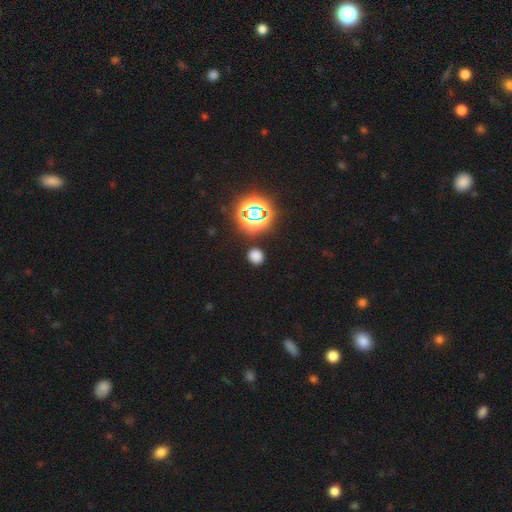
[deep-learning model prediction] A smooth galaxy with no disk features (69%) that is round (81%).

Vote fractions:
- Smooth or featured? smooth: 69% / star or artifact: 25% / featured or disk: 5%
- How rounded? round: 81% / in between: 17% / cigar-shaped: 1%
- Merging? none: 88% / minor disturbance: 7% / major disturbance: 3% / merger: 2%